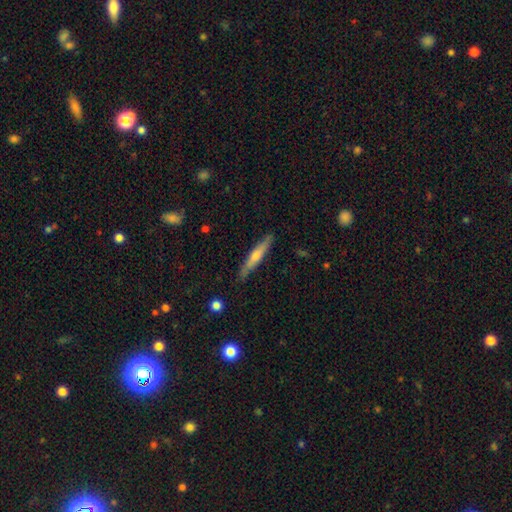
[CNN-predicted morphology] smooth-or-featured: featured or disk: 48% | smooth: 46% | star or artifact: 6%
  merging: none: 86% | minor disturbance: 11% | major disturbance: 2% | merger: 1%